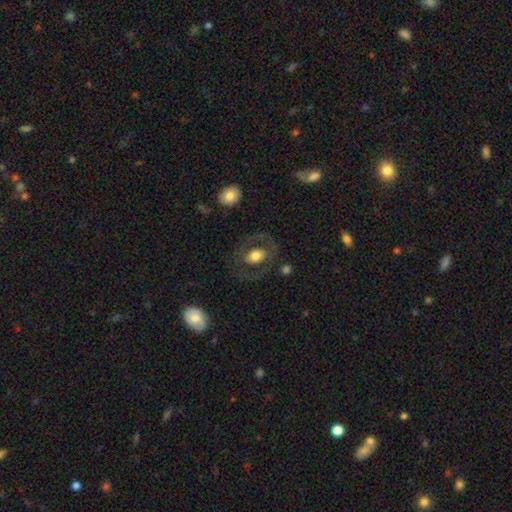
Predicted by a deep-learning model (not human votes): smooth_or_featured: smooth (p=0.49) [alt: featured or disk p=0.45]
merging: none (p=0.73) [alt: major disturbance p=0.12]